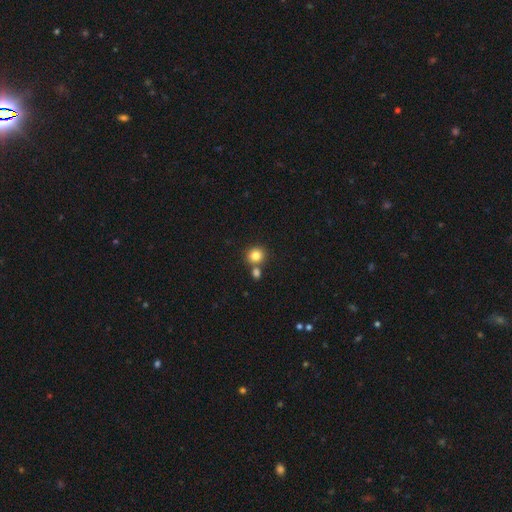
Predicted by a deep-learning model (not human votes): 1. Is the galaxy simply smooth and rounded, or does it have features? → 83% smooth, 11% star or artifact, 7% featured or disk.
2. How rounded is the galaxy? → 85% round, 14% in between, 1% cigar-shaped.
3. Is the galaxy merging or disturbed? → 64% none, 25% merger, 8% minor disturbance, 2% major disturbance.